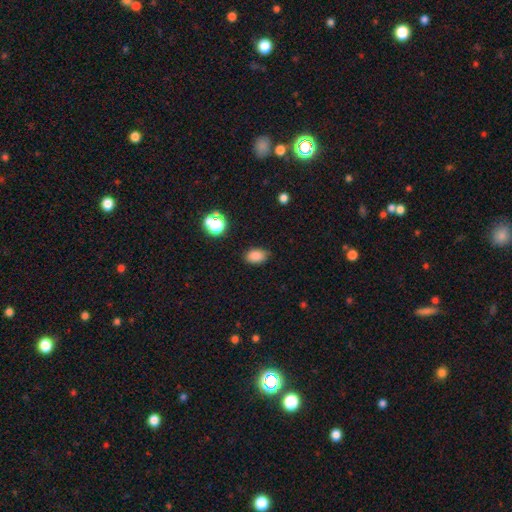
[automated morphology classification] smooth-or-featured: smooth: 84% | star or artifact: 12% | featured or disk: 4%
  how-rounded: in between: 82% | round: 17% | cigar-shaped: 1%
  merging: none: 80% | minor disturbance: 15% | major disturbance: 3% | merger: 1%